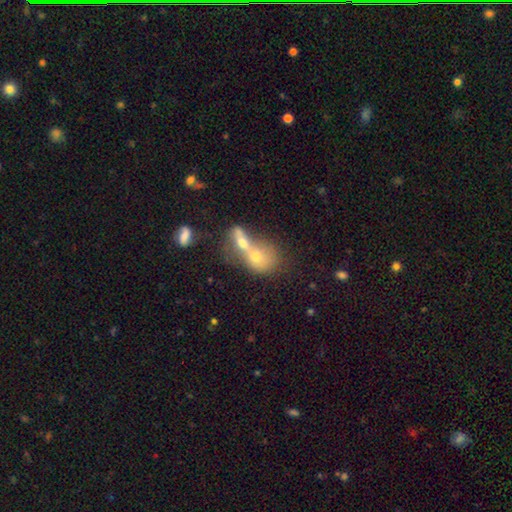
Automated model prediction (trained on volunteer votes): Overall: smooth (57%; featured or disk 30%). How rounded: in between (53%; round 43%). Merging: merger (77%).